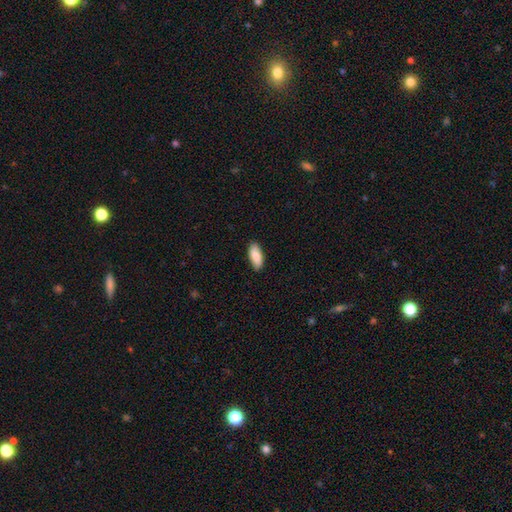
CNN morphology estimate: Overall: smooth (87%). How rounded: in between (85%). Merging: none (88%).